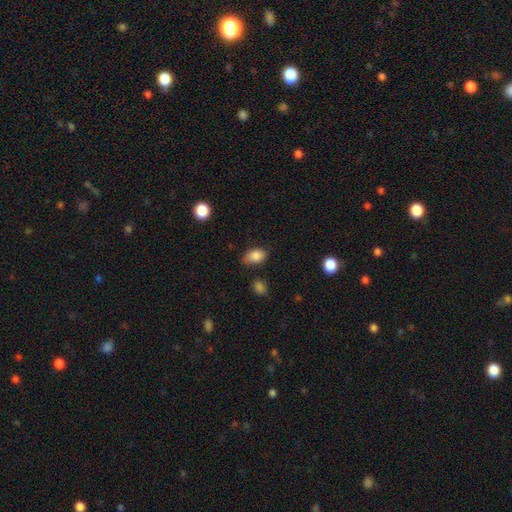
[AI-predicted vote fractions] A smooth galaxy with no disk features (85%) that is in between round and cigar-shaped (86%).

Vote fractions:
- Smooth or featured? smooth: 85% / star or artifact: 9% / featured or disk: 7%
- How rounded? in between: 86% / round: 13% / cigar-shaped: 1%
- Merging? none: 73% / minor disturbance: 20% / major disturbance: 4% / merger: 2%